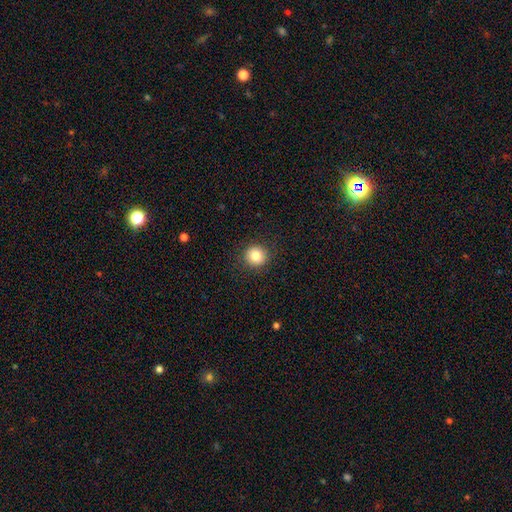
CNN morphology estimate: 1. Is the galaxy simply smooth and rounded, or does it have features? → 82% smooth, 10% star or artifact, 7% featured or disk.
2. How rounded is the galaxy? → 93% round, 6% in between, 1% cigar-shaped.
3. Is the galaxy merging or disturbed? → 91% none, 6% minor disturbance, 2% major disturbance, 1% merger.